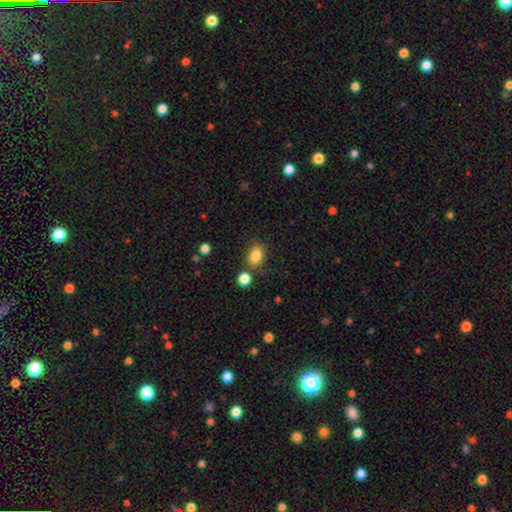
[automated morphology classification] smooth-or-featured: smooth: 84% | star or artifact: 10% | featured or disk: 6%
  how-rounded: in between: 72% | round: 27% | cigar-shaped: 1%
  merging: none: 75% | minor disturbance: 12% | merger: 9% | major disturbance: 4%